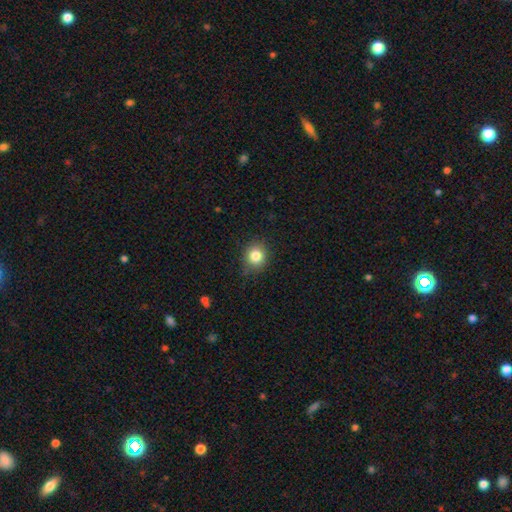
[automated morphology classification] The model was most divided on "how rounded": round: 83%, in between: 16%, cigar-shaped: 1%. More confident: merging — none (85%); smooth or featured — smooth (82%).